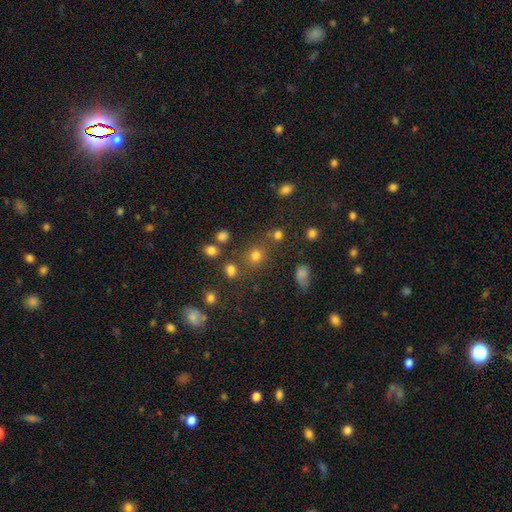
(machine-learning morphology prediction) Smooth or featured? smooth (66%)
How rounded? round (85%)
Merging? none (73%)